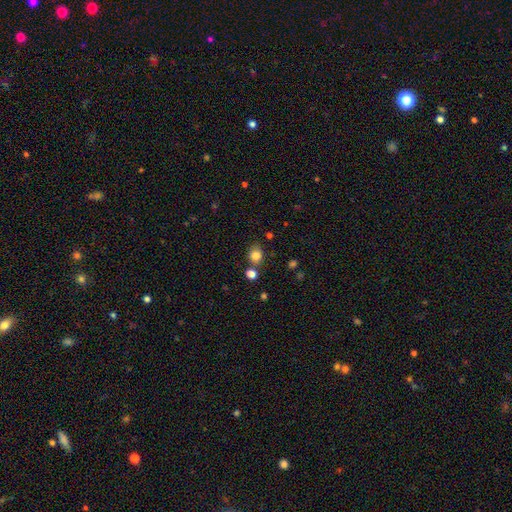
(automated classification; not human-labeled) The model was most divided on "how rounded": round: 67%, in between: 32%, cigar-shaped: 1%. More confident: smooth or featured — smooth (82%); merging — none (70%).